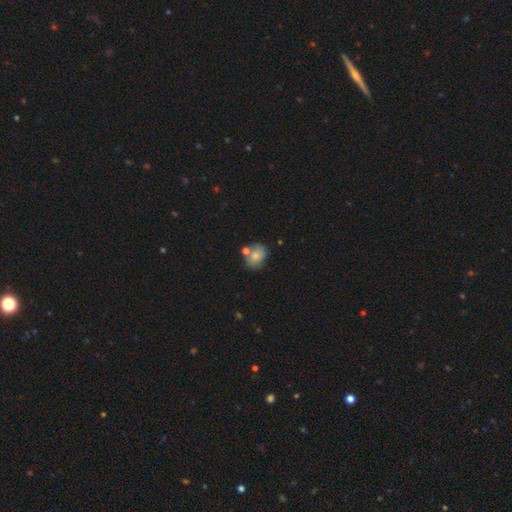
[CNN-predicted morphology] Smooth or featured? smooth (78%)
How rounded? in between (58%)
Merging? none (60%)